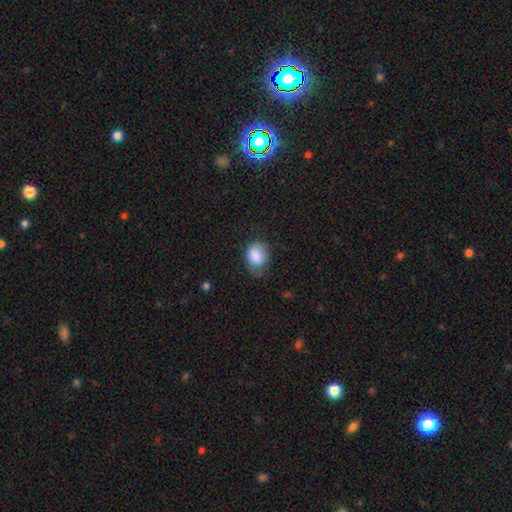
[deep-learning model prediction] This appears to be a smooth galaxy with no disk features (86%) that is in between round and cigar-shaped (62%). Merging: none (52%).